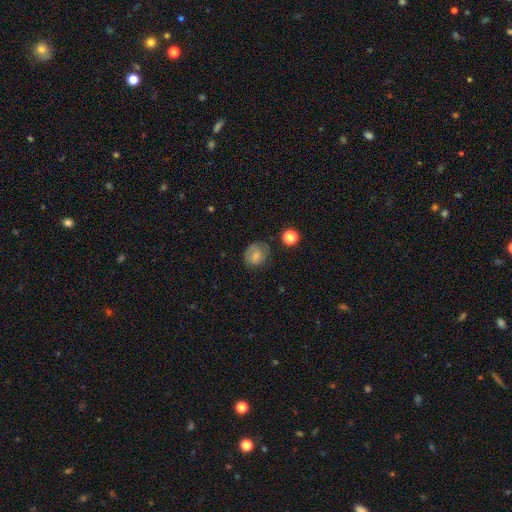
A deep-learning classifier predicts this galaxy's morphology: Q: Smooth or featured?
A: smooth (64%); runner-up: featured or disk (25%)
Q: How rounded?
A: round (64%); runner-up: in between (35%)
Q: Merging?
A: none (64%); runner-up: minor disturbance (24%)